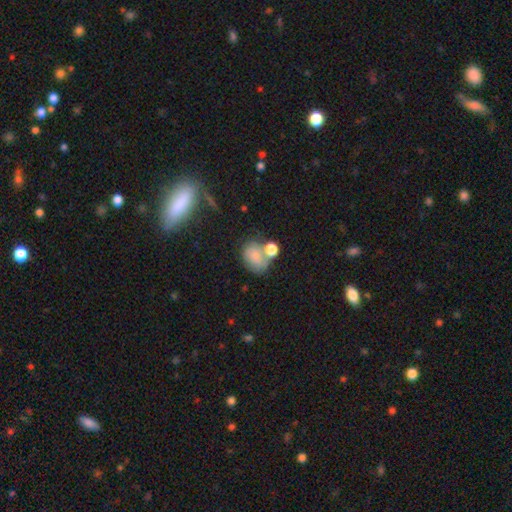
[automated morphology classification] type=smooth (72%); roundness=in between (59%); merging=none (39%).